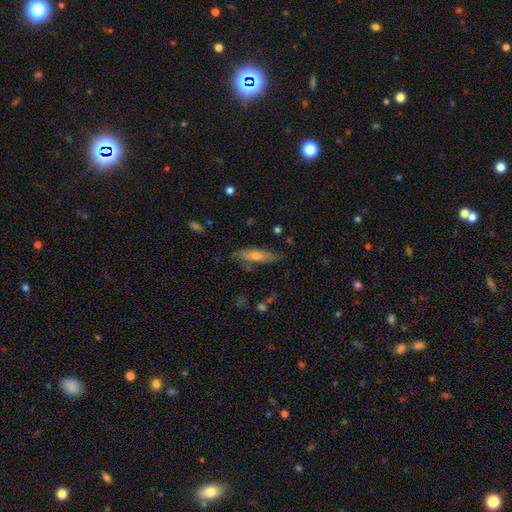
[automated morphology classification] Smooth or featured? smooth (54%)
How rounded? cigar-shaped (67%)
Merging? none (78%)